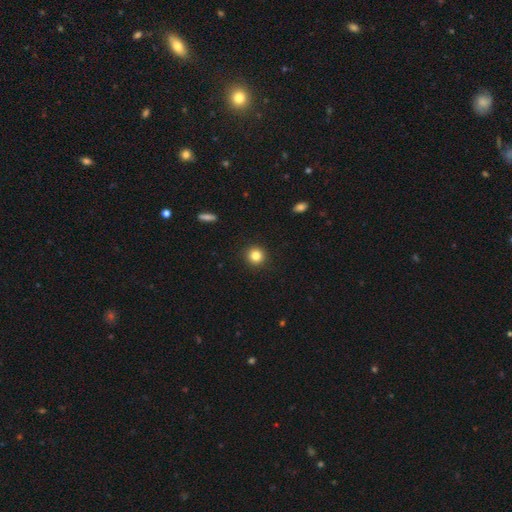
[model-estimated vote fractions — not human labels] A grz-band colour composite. It shows a smooth galaxy with no disk features (84%) that is round (94%). Merging: none (92%).